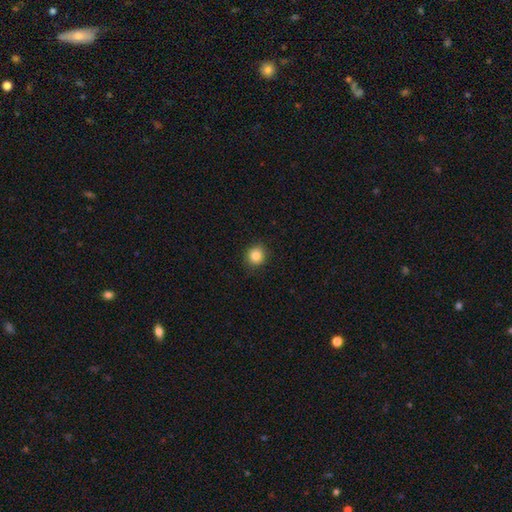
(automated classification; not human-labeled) A smooth galaxy with no disk features (85%) that is round (89%).

Vote fractions:
- Smooth or featured? smooth: 85% / star or artifact: 10% / featured or disk: 5%
- How rounded? round: 89% / in between: 10% / cigar-shaped: 1%
- Merging? none: 89% / minor disturbance: 8% / major disturbance: 2% / merger: 1%